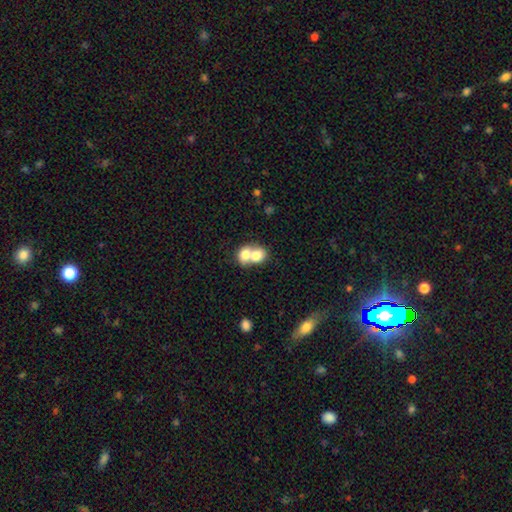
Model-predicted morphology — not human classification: Smooth or featured? Predicted: smooth (p=0.74). How rounded? Predicted: in between (p=0.52). Merging? Predicted: merger (p=0.78).